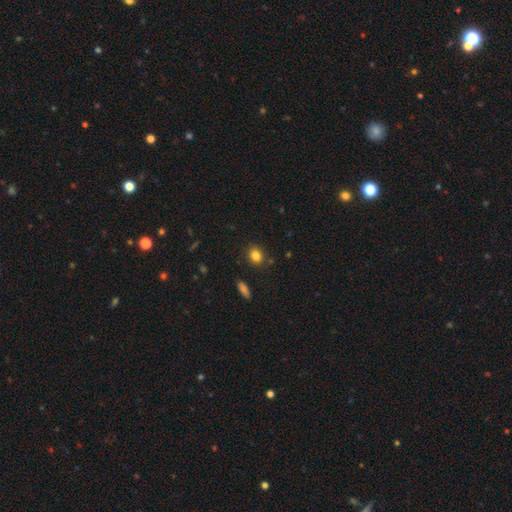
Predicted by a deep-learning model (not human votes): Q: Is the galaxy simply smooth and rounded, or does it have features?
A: smooth — 83%.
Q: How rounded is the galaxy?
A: round — 56%.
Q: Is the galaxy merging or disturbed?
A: none — 85%.